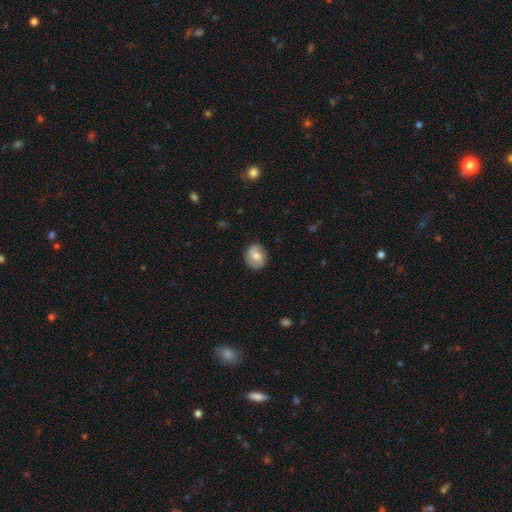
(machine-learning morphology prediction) Q: Smooth or featured?
A: smooth (59%); runner-up: featured or disk (33%)
Q: How rounded?
A: round (66%); runner-up: in between (32%)
Q: Merging?
A: none (85%); runner-up: minor disturbance (11%)